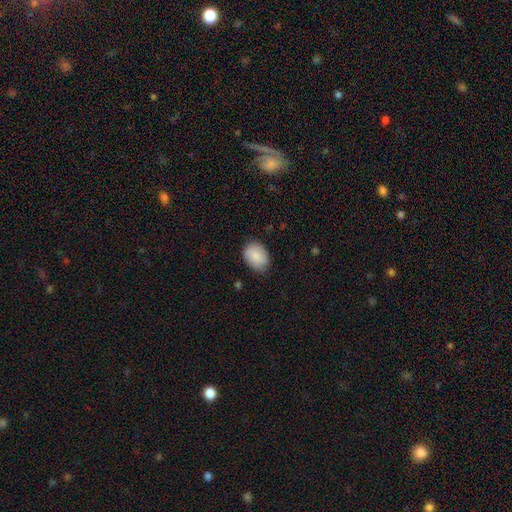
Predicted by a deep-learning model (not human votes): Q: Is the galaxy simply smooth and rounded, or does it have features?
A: smooth — 86%.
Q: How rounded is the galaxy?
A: in between — 76%.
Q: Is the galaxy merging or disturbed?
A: none — 81%.